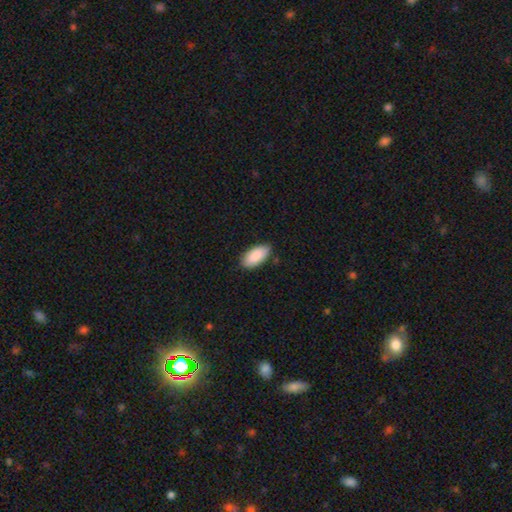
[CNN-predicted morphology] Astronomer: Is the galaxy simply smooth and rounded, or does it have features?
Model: smooth — 90%.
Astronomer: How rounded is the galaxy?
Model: in between — 93%.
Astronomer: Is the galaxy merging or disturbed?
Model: none — 82%.